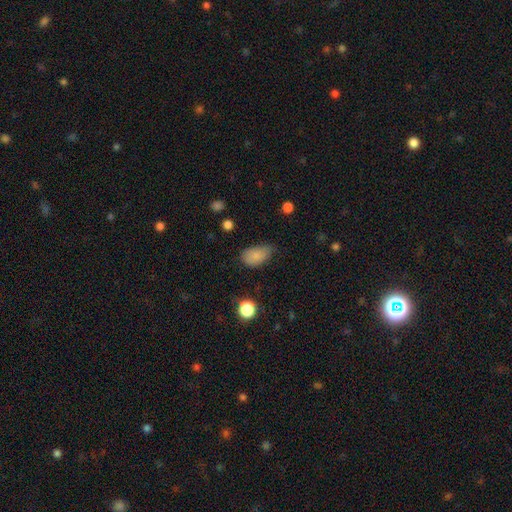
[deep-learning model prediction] Q: Smooth or featured?
A: smooth (83%); runner-up: star or artifact (10%)
Q: How rounded?
A: in between (89%); runner-up: round (9%)
Q: Merging?
A: none (45%); runner-up: minor disturbance (42%)